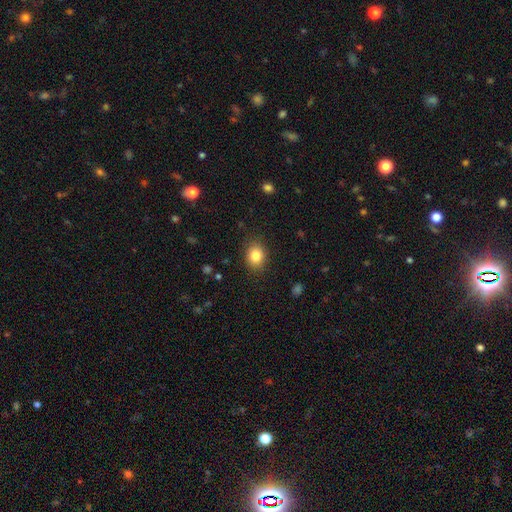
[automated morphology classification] Smooth or featured: smooth — 84% (star or artifact — 10%)
How rounded: round — 52% (in between — 47%)
Merging: none — 86% (minor disturbance — 10%)